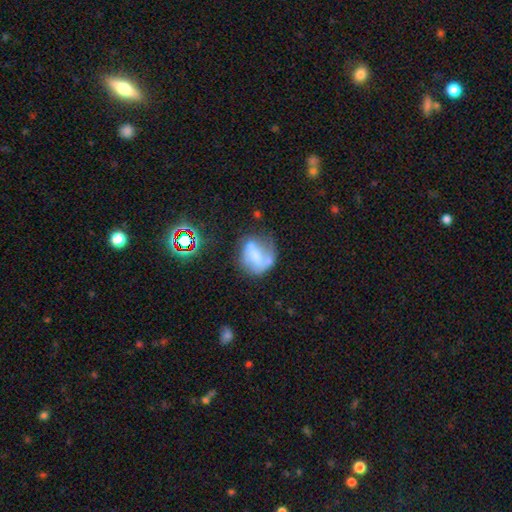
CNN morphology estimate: This is possibly a featured or disk galaxy (50%). It is clearly not viewed edge-on (95%). Merging: marginally none (39%).